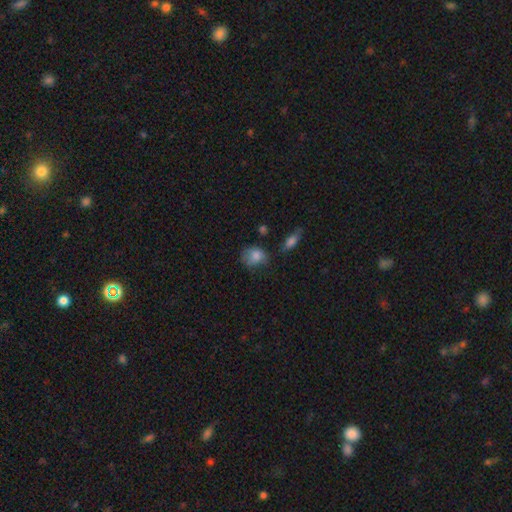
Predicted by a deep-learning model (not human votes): Smooth or featured?
  - smooth: 81% *
  - featured or disk: 10%
  - star or artifact: 9%
How rounded?
  - in between: 52% *
  - round: 47%
  - cigar-shaped: 1%
Merging?
  - none: 46% *
  - minor disturbance: 35%
  - major disturbance: 13%
  - merger: 6%